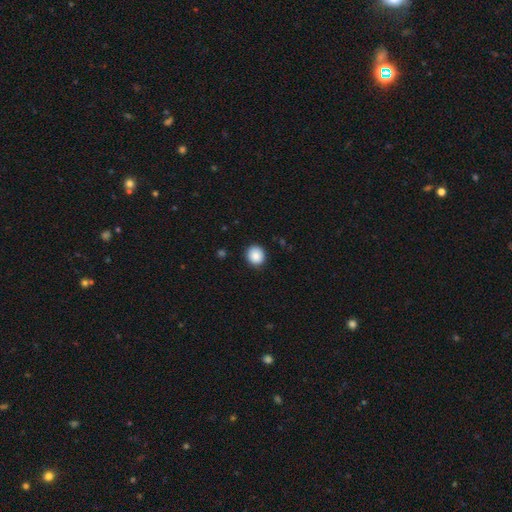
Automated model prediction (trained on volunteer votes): This appears to be a smooth galaxy with no disk features (87%) that is round (86%). Merging: none (90%).